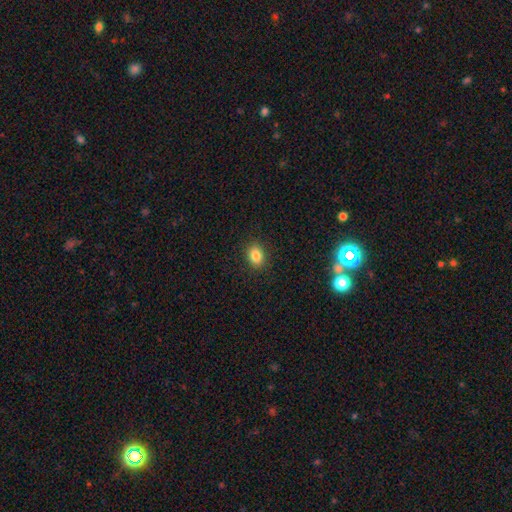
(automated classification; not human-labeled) Q: Smooth or featured?
A: smooth (84%); runner-up: star or artifact (11%)
Q: How rounded?
A: in between (62%); runner-up: round (37%)
Q: Merging?
A: none (89%); runner-up: minor disturbance (7%)